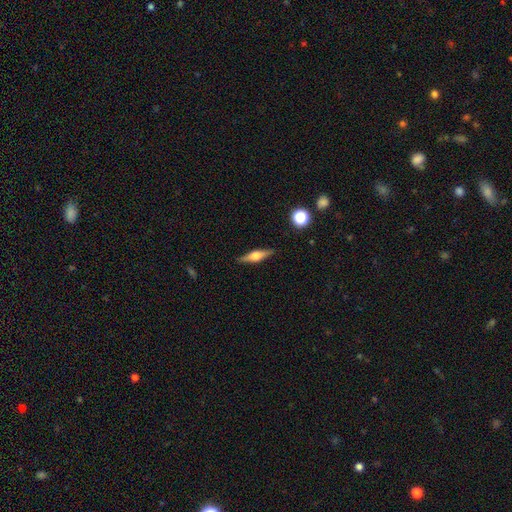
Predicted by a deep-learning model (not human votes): Smooth or featured: featured or disk — 64% (smooth — 29%)
Edge-on disk: yes — 96% (no — 4%)
Edge-on bulge: rounded — 89% (boxy — 9%)
Merging: none — 88% (minor disturbance — 8%)